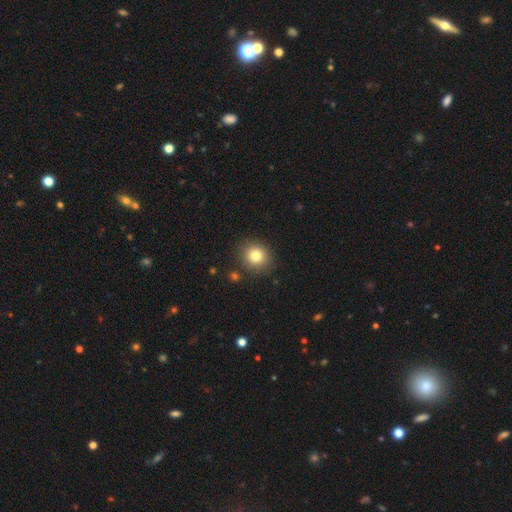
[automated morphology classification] type=smooth (81%); roundness=round (81%); merging=none (87%).